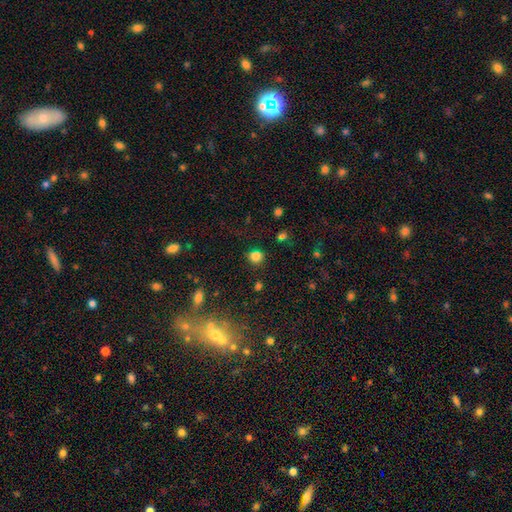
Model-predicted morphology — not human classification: smooth 78%, star or artifact 17%, featured or disk 5%. Down the decision tree: how rounded — round (85%); merging — none (82%).